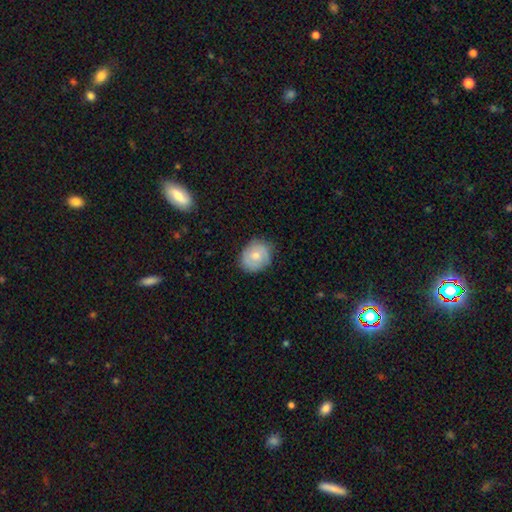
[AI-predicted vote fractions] This is possibly a smooth galaxy (59%). How rounded: likely round (68%). Merging: likely none (76%).